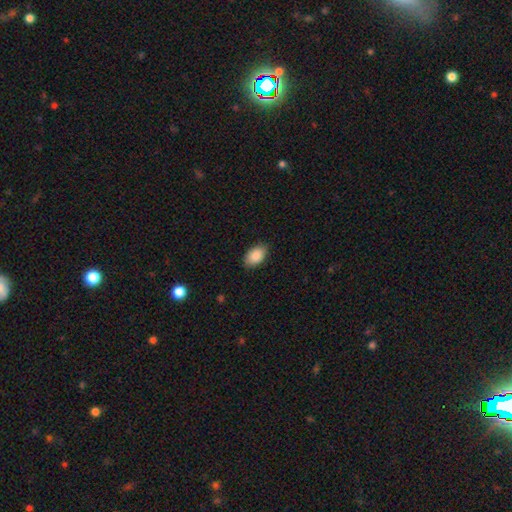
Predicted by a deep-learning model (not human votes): This appears to be a smooth galaxy with no disk features (89%) that is in between round and cigar-shaped (92%). Merging: none (85%).